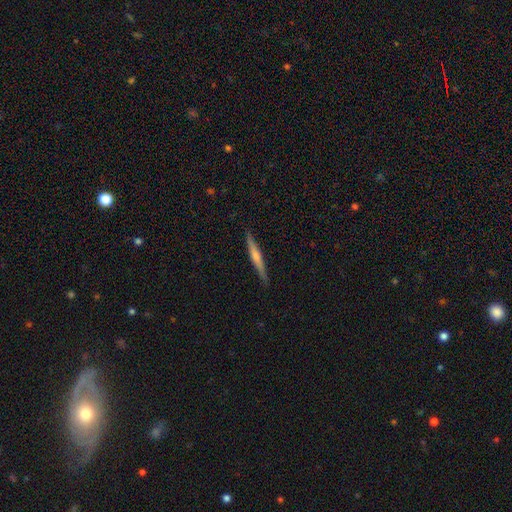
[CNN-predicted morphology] type=featured or disk (66%); edge-on=yes (98%); edge-on bulge=rounded (67%); merging=none (91%).